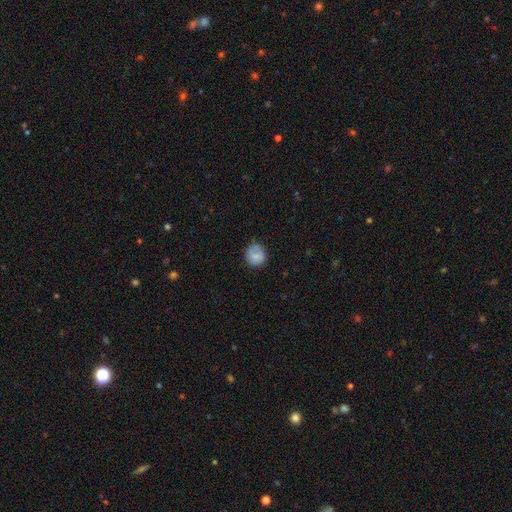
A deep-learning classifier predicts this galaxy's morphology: This is likely a smooth galaxy (74%). How rounded: clearly round (86%). Merging: likely none (73%).